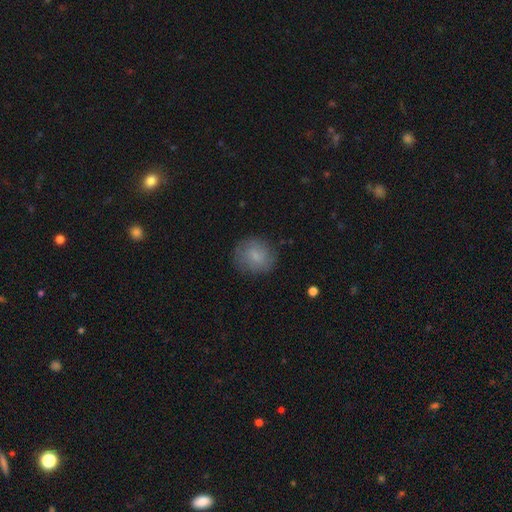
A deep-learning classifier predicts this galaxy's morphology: Smooth or featured? smooth (73%)
How rounded? round (83%)
Merging? none (79%)